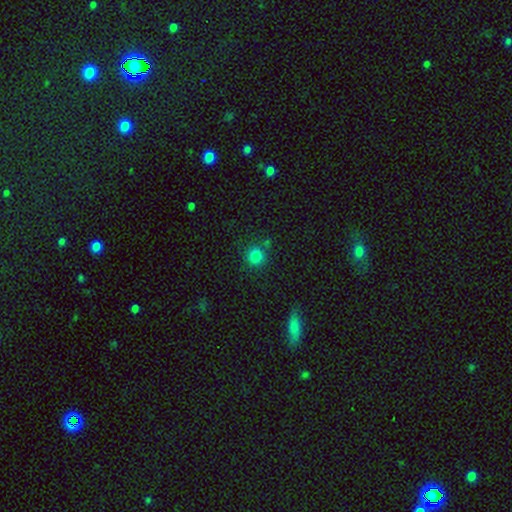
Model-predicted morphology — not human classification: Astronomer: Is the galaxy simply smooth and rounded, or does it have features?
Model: smooth — 83%.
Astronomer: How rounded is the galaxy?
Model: round — 92%.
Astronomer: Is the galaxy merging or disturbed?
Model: none — 78%.